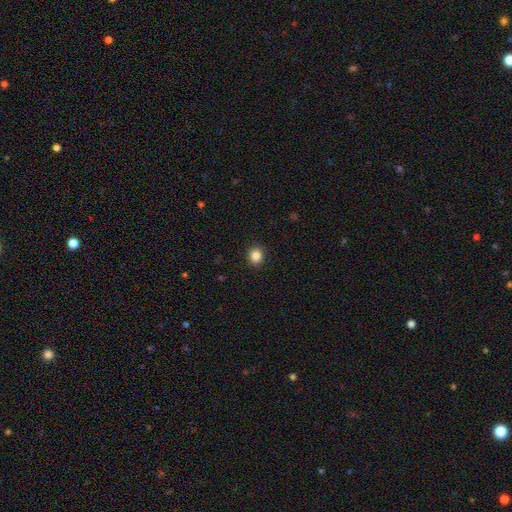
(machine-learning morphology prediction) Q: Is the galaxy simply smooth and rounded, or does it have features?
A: smooth — 87%.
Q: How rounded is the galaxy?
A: round — 80%.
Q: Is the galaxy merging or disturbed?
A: none — 91%.